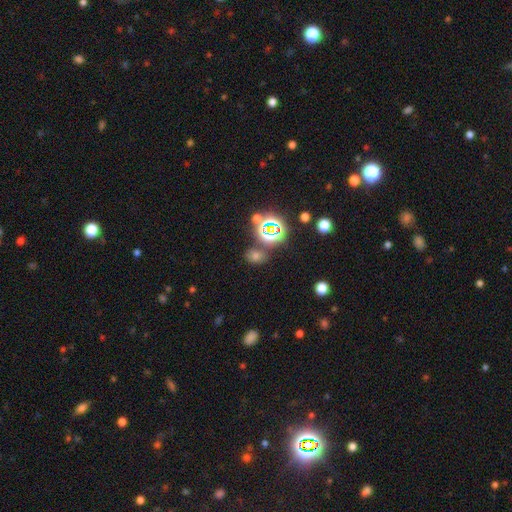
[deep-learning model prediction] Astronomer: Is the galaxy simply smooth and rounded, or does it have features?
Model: smooth — 52% (runner-up: star or artifact, 40%).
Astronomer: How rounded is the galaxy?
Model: round — 52% (runner-up: in between, 46%).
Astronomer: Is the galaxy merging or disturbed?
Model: none — 73%.